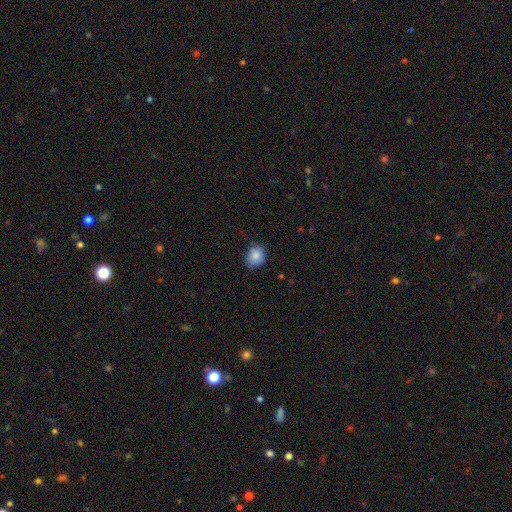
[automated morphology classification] type=smooth (85%); roundness=round (69%); merging=none (75%).